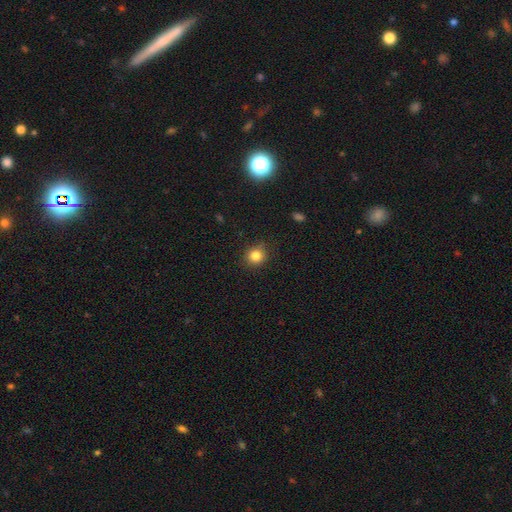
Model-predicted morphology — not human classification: Smooth or featured? smooth (84%)
How rounded? round (85%)
Merging? none (86%)